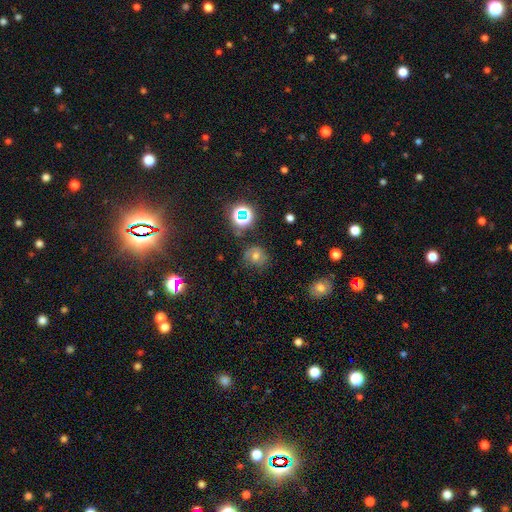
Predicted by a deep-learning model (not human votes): Overall: star or artifact (40%; smooth 35%).